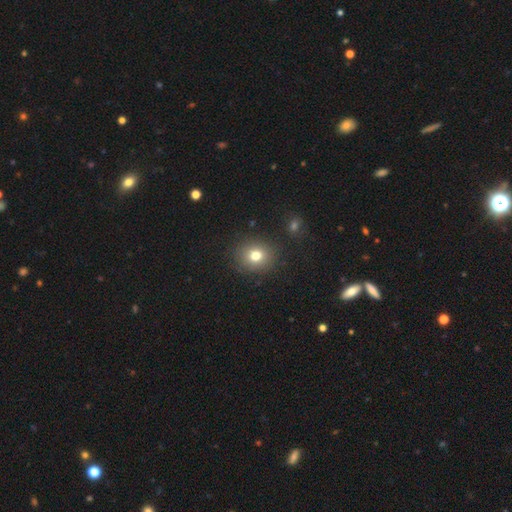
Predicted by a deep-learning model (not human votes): smooth_or_featured: smooth (p=0.77) [alt: star or artifact p=0.13]
how_rounded: round (p=0.74) [alt: in between p=0.25]
merging: none (p=0.86) [alt: minor disturbance p=0.08]